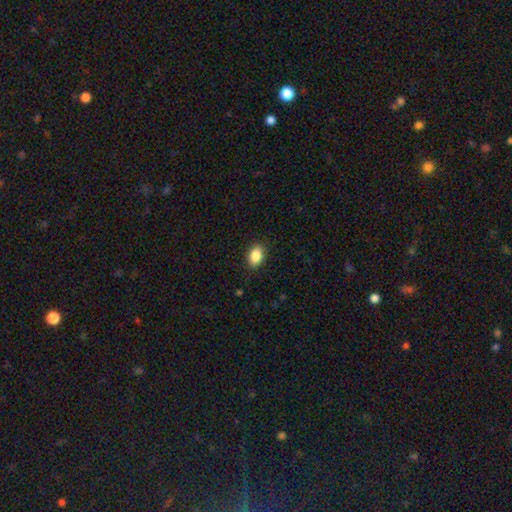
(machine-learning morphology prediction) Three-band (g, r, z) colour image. It shows a smooth galaxy with no disk features (88%) that is in between round and cigar-shaped (83%). Merging: none (87%).